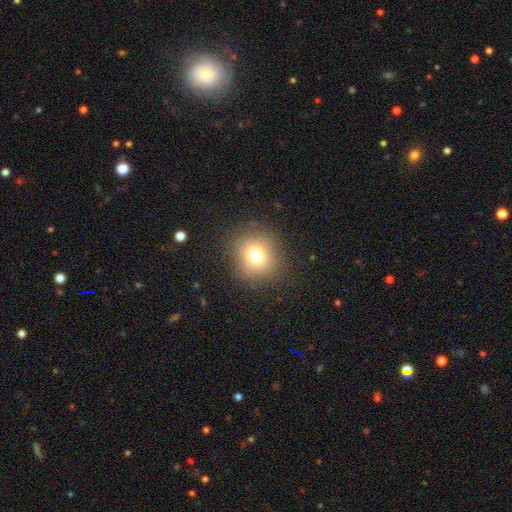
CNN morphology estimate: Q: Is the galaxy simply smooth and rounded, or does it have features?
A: smooth — 73%.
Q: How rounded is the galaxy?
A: round — 88%.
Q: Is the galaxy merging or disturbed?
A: none — 86%.